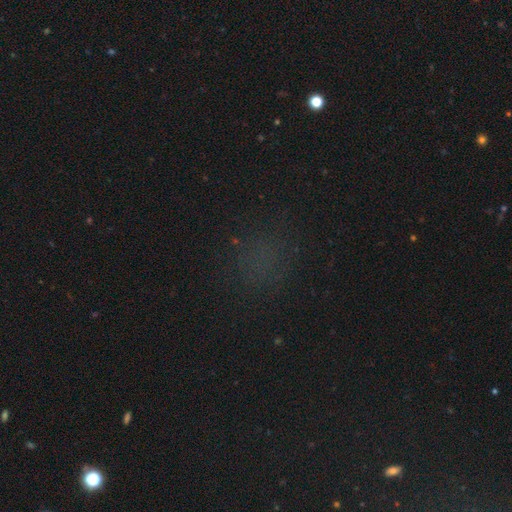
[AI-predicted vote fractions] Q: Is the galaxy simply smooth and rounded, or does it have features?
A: star or artifact — 48%.